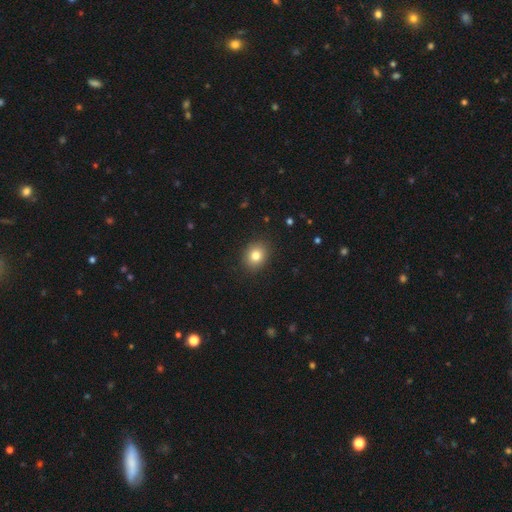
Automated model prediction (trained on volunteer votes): smooth_or_featured: smooth (p=0.81) [alt: star or artifact p=0.11]
how_rounded: round (p=0.63) [alt: in between p=0.36]
merging: none (p=0.89) [alt: minor disturbance p=0.08]